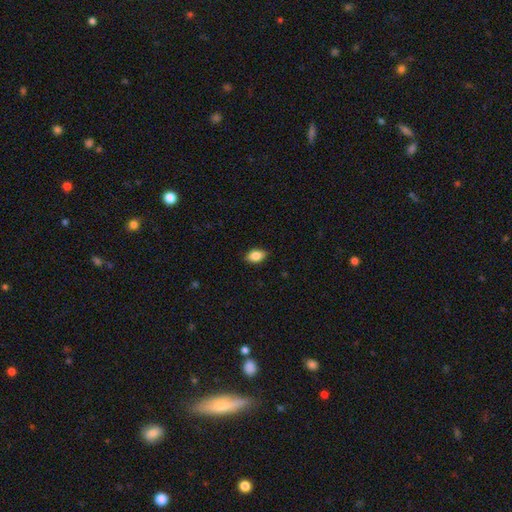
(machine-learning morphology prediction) smooth-or-featured: smooth: 84% | featured or disk: 8% | star or artifact: 8%
  how-rounded: in between: 88% | round: 9% | cigar-shaped: 3%
  merging: none: 86% | minor disturbance: 11% | major disturbance: 2% | merger: 1%